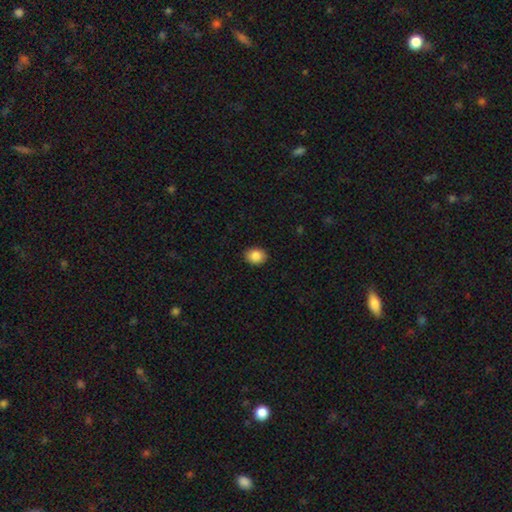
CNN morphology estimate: This is clearly a smooth galaxy (87%). How rounded: possibly in between (55%). Merging: clearly none (90%).